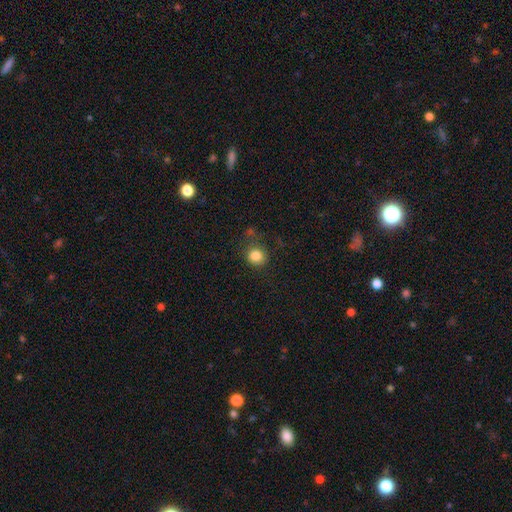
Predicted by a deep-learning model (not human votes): Smooth or featured?
  - smooth: 83% *
  - star or artifact: 11%
  - featured or disk: 5%
How rounded?
  - round: 85% *
  - in between: 14%
  - cigar-shaped: 1%
Merging?
  - none: 77% *
  - minor disturbance: 14%
  - major disturbance: 5%
  - merger: 4%